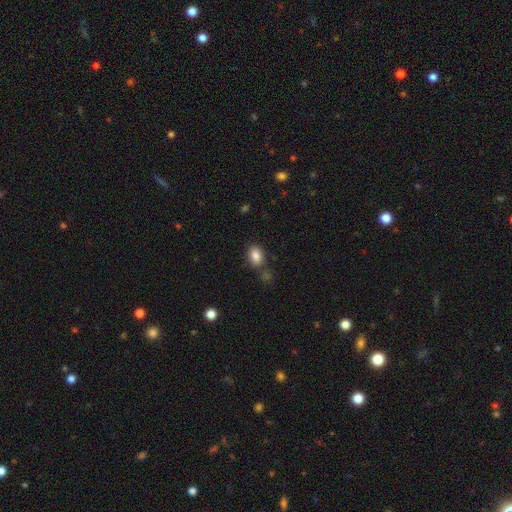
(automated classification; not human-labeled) A smooth galaxy with no disk features (85%) that is in between round and cigar-shaped (82%).

Vote fractions:
- Smooth or featured? smooth: 85% / star or artifact: 9% / featured or disk: 5%
- How rounded? in between: 82% / round: 16% / cigar-shaped: 1%
- Merging? none: 73% / minor disturbance: 14% / merger: 9% / major disturbance: 4%